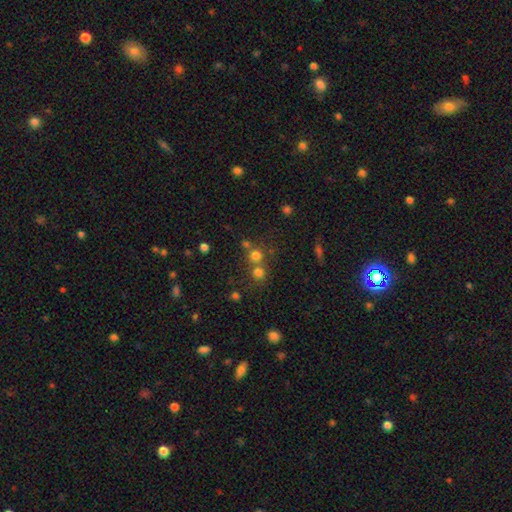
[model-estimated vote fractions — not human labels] smooth-or-featured: smooth: 70% | star or artifact: 21% | featured or disk: 9%
  how-rounded: round: 90% | in between: 9% | cigar-shaped: 1%
  merging: none: 56% | merger: 34% | minor disturbance: 6% | major disturbance: 3%